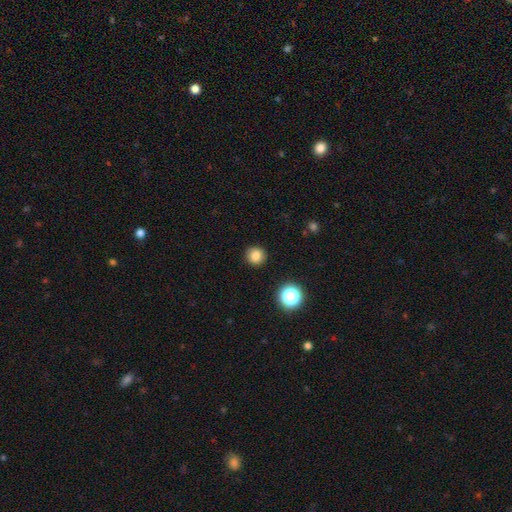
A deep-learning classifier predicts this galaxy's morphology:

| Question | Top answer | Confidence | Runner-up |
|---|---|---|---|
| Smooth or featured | smooth | 82% | star or artifact (13%) |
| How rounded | round | 94% | in between (5%) |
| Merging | none | 91% | minor disturbance (5%) |